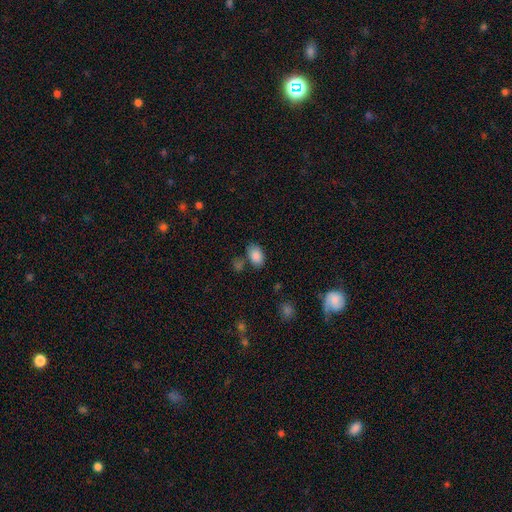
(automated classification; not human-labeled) smooth-or-featured: smooth: 86% | star or artifact: 8% | featured or disk: 5%
  how-rounded: in between: 89% | round: 9% | cigar-shaped: 1%
  merging: none: 71% | minor disturbance: 15% | merger: 10% | major disturbance: 4%